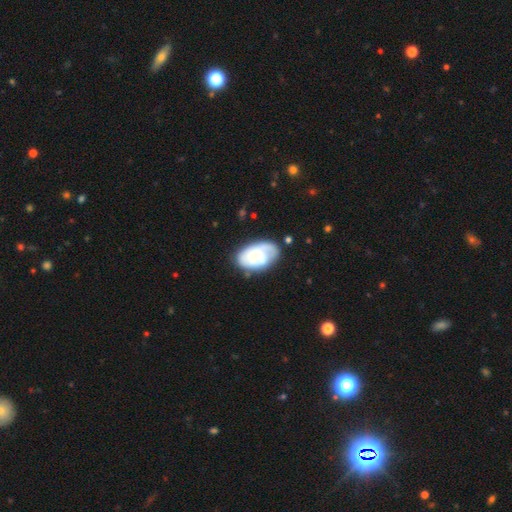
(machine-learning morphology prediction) Overall: featured or disk (51%; smooth 43%). Edge-on disk: no (96%). Merging: none (60%; minor disturbance 25%).